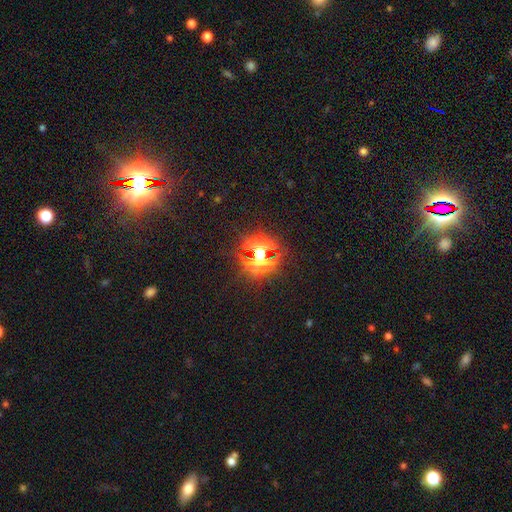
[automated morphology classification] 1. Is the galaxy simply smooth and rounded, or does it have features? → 63% star or artifact, 27% smooth, 11% featured or disk.